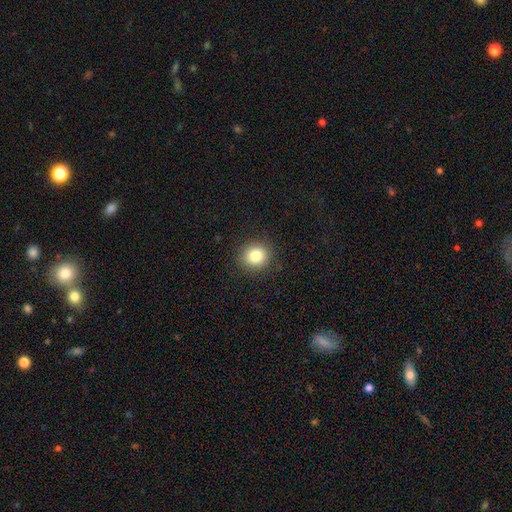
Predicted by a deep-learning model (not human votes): Smooth or featured: smooth — 82% (star or artifact — 11%)
How rounded: round — 88% (in between — 11%)
Merging: none — 90% (minor disturbance — 6%)